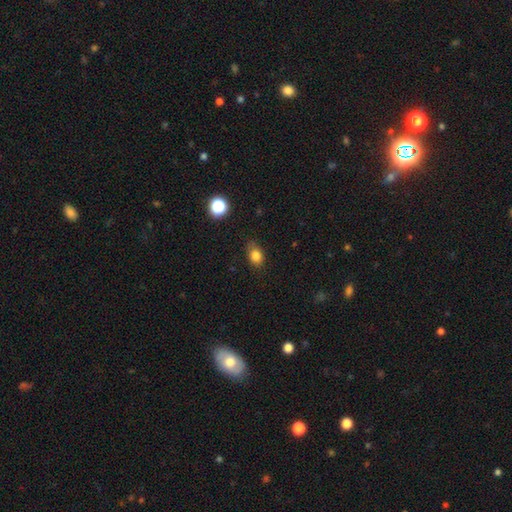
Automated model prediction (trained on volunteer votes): smooth 82%, star or artifact 11%, featured or disk 6%. Down the decision tree: how rounded — in between (61%); merging — none (72%).